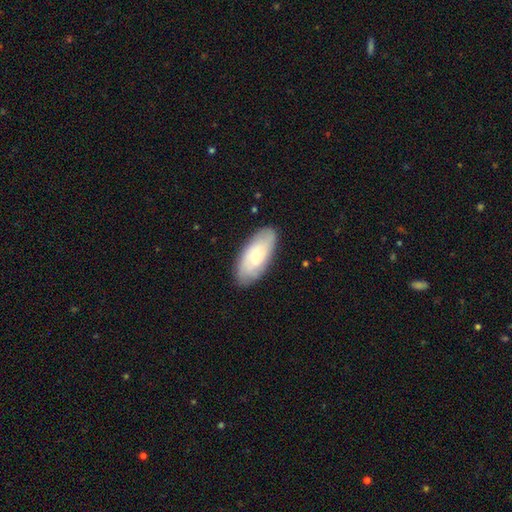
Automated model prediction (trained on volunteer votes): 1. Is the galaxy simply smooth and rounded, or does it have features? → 54% smooth, 39% featured or disk, 6% star or artifact.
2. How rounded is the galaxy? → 85% in between, 13% cigar-shaped, 2% round.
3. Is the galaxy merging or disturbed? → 84% none, 12% minor disturbance, 3% major disturbance, 1% merger.